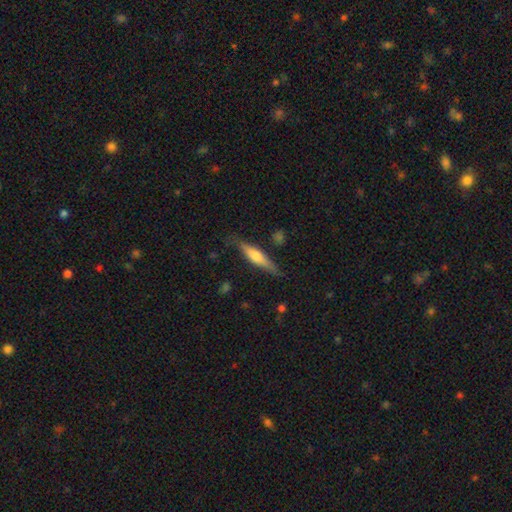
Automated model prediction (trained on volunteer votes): A featured or disk galaxy (48%).

Vote fractions:
- Smooth or featured? featured or disk: 48% / smooth: 46% / star or artifact: 6%
- Merging? none: 79% / minor disturbance: 16% / major disturbance: 4% / merger: 2%